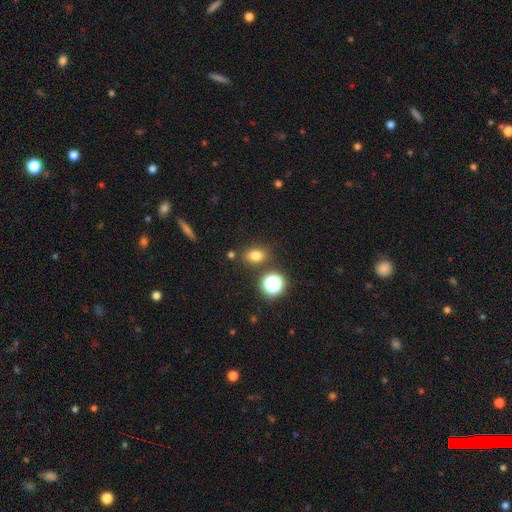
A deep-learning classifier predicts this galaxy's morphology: This is likely a smooth galaxy (76%). How rounded: likely in between (65%). Merging: clearly none (81%).